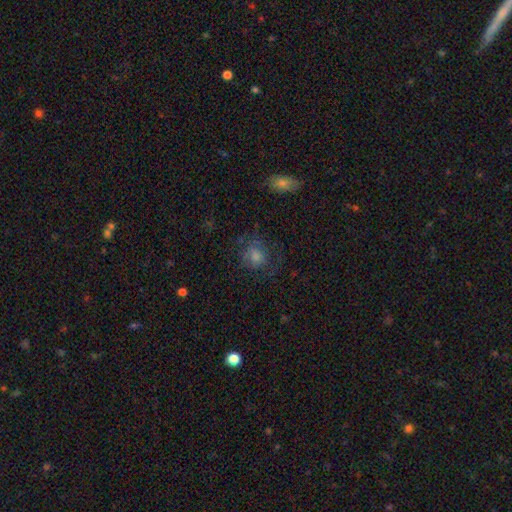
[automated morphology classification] The model was most divided on "smooth or featured": smooth: 52%, featured or disk: 28%, star or artifact: 21%. More confident: how rounded — round (77%); merging — none (68%).